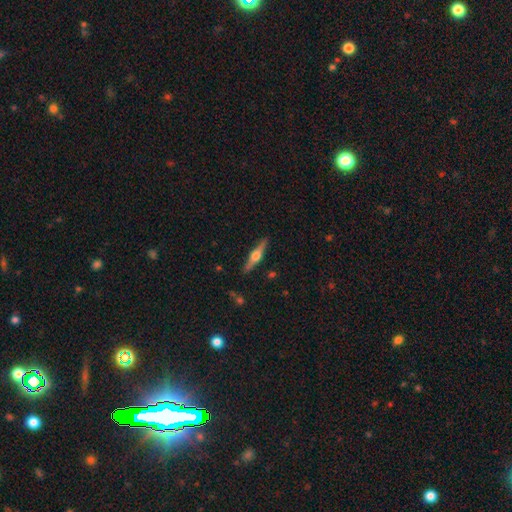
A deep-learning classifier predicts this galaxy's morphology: Smooth or featured? Predicted: featured or disk (p=0.71). Edge-on disk? Predicted: yes (p=0.98). Edge-on bulge? Predicted: rounded (p=0.94). Merging? Predicted: none (p=0.90).